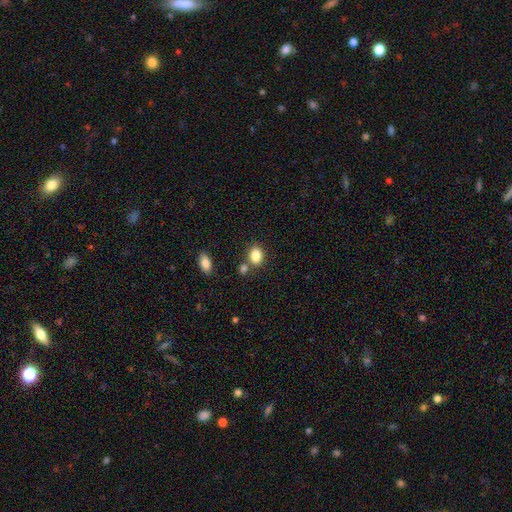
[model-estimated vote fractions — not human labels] smooth 85%, star or artifact 9%, featured or disk 6%. Down the decision tree: how rounded — in between (68%); merging — none (66%).